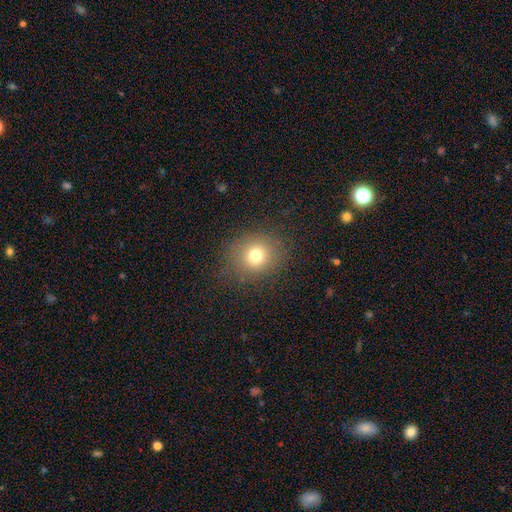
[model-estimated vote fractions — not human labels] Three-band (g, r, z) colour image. It shows a smooth galaxy with no disk features (74%) that is round (78%). Merging: none (85%).